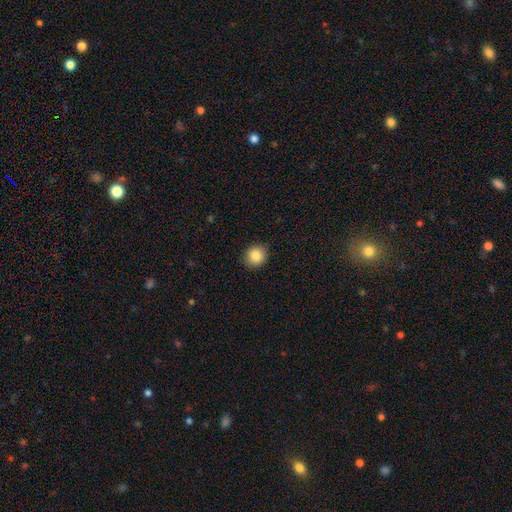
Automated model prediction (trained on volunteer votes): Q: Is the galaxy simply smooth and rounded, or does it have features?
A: smooth — 85%.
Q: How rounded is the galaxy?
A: round — 86%.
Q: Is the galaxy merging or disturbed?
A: none — 90%.